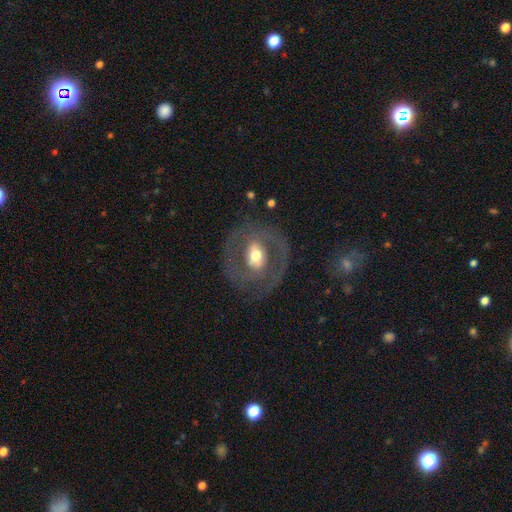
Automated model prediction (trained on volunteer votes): Q: Smooth or featured?
A: featured or disk (74%); runner-up: smooth (20%)
Q: Edge-on disk?
A: no (95%); runner-up: yes (5%)
Q: Bar?
A: weak (37%); runner-up: strong (32%)
Q: Spiral arms?
A: yes (65%); runner-up: no (35%)
Q: Bulge size?
A: moderate (67%); runner-up: large (18%)
Q: Merging?
A: none (76%); runner-up: minor disturbance (12%)